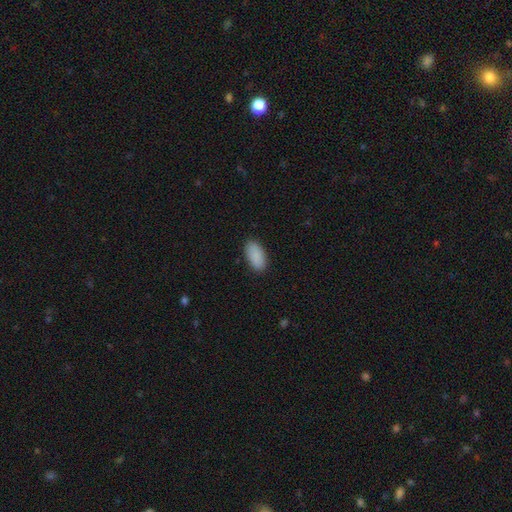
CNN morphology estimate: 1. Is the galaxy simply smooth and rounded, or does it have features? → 90% smooth, 6% star or artifact, 4% featured or disk.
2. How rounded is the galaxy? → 94% in between, 4% cigar-shaped, 2% round.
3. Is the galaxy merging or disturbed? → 88% none, 9% minor disturbance, 2% major disturbance, 1% merger.